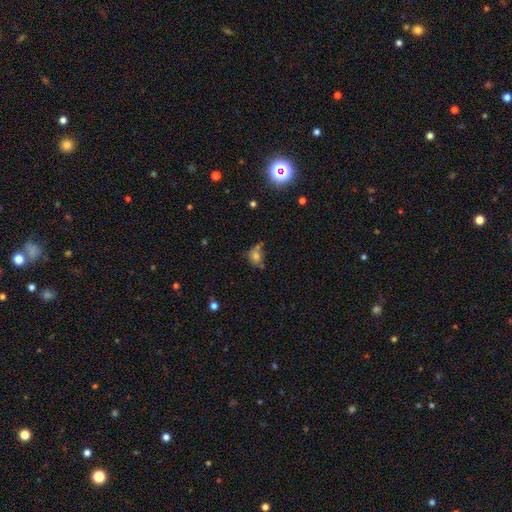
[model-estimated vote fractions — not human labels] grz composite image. It shows a smooth galaxy with no disk features (65%) that is in between round and cigar-shaped (50%). Merging: none (44%).